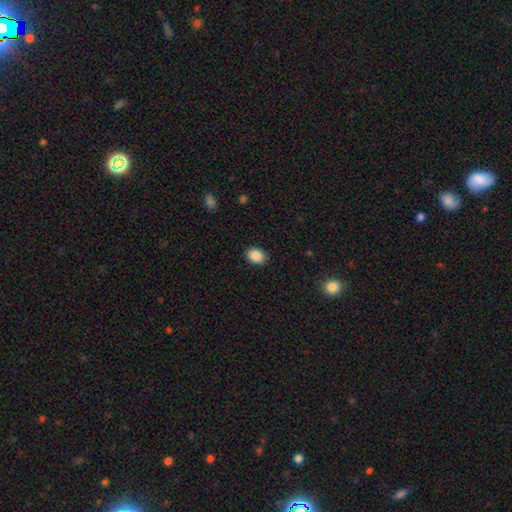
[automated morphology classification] type=smooth (88%); roundness=in between (67%); merging=none (89%).